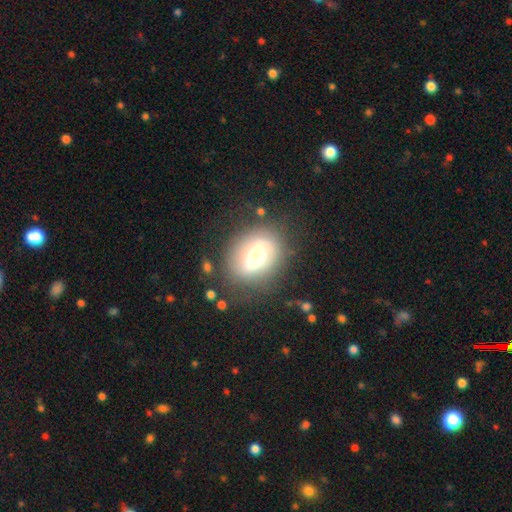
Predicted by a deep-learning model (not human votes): Smooth or featured? featured or disk (53%)
Edge-on disk? no (85%)
Merging? none (70%)